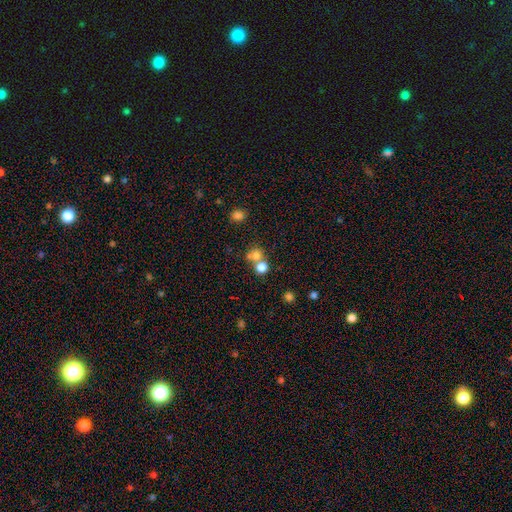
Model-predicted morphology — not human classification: smooth_or_featured: smooth (p=0.73) [alt: star or artifact p=0.16]
how_rounded: round (p=0.80) [alt: in between p=0.19]
merging: merger (p=0.46) [alt: none p=0.43]